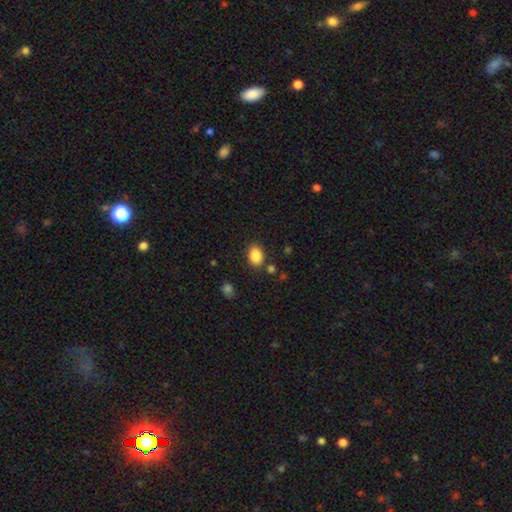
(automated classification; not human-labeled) This appears to be a smooth galaxy with no disk features (86%) that is in between round and cigar-shaped (75%). Merging: none (82%).